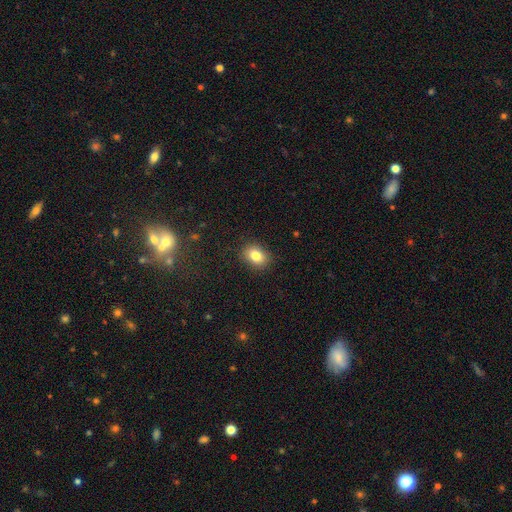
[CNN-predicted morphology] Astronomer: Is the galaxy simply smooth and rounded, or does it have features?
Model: smooth — 82%.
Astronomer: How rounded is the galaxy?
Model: in between — 62% (runner-up: round, 37%).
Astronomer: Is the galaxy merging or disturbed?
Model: none — 88%.